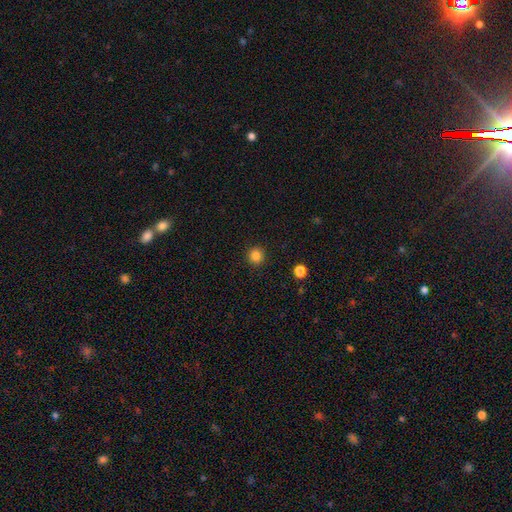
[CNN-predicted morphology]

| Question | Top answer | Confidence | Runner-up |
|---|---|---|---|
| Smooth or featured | smooth | 84% | star or artifact (12%) |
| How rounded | round | 94% | in between (5%) |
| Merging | none | 92% | minor disturbance (5%) |